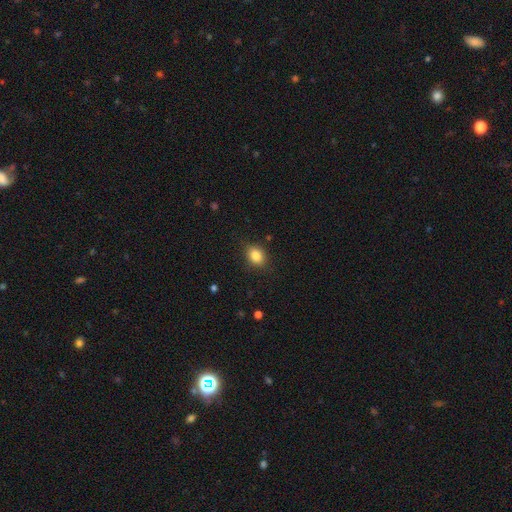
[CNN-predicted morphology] A smooth galaxy with no disk features (85%) that is in between round and cigar-shaped (61%).

Vote fractions:
- Smooth or featured? smooth: 85% / star or artifact: 9% / featured or disk: 6%
- How rounded? in between: 61% / round: 38% / cigar-shaped: 1%
- Merging? none: 82% / minor disturbance: 14% / major disturbance: 3% / merger: 1%